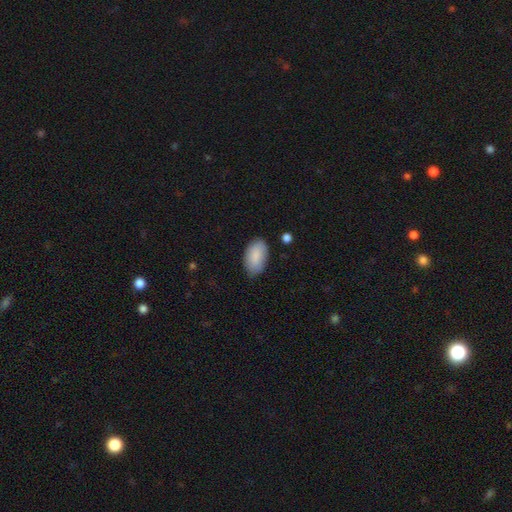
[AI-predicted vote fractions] Smooth or featured? Predicted: smooth (p=0.87). How rounded? Predicted: in between (p=0.95). Merging? Predicted: none (p=0.78).